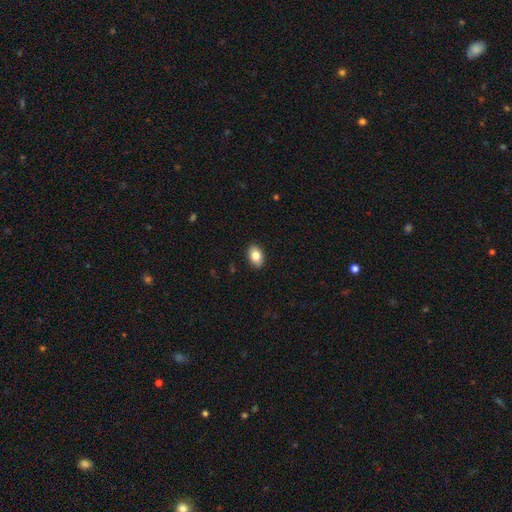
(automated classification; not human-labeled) A smooth galaxy with no disk features (83%) that is in between round and cigar-shaped (87%).

Vote fractions:
- Smooth or featured? smooth: 83% / featured or disk: 10% / star or artifact: 8%
- How rounded? in between: 87% / round: 12% / cigar-shaped: 1%
- Merging? none: 90% / minor disturbance: 7% / major disturbance: 2% / merger: 1%